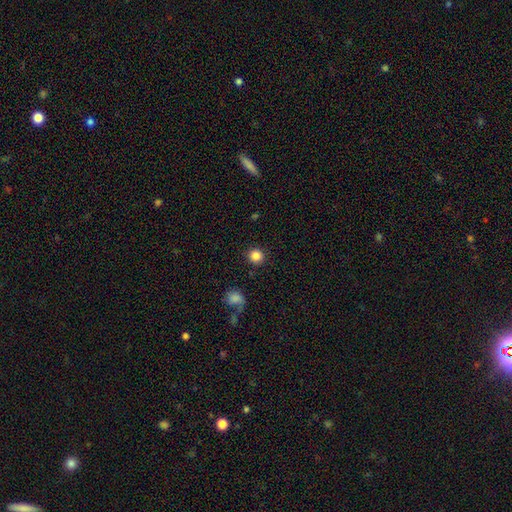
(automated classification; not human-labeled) Morphology: type=smooth (86%); roundness=round (93%); merging=none (90%).